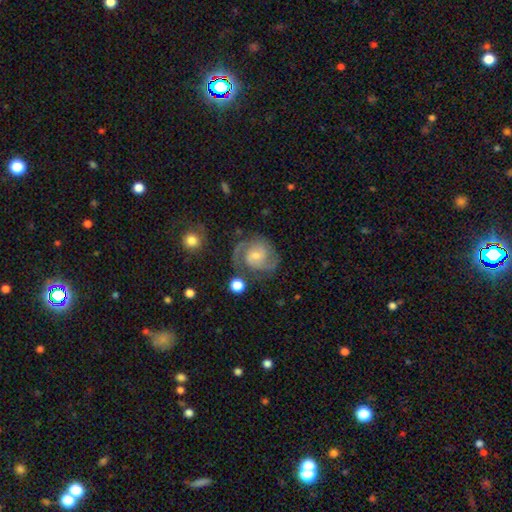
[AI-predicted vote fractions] A featured or disk galaxy (82%) with no bar (53%), 2 (76%) medium (48%) spiral arms (96%) and a small central bulge (57%). Merging: none (70%).